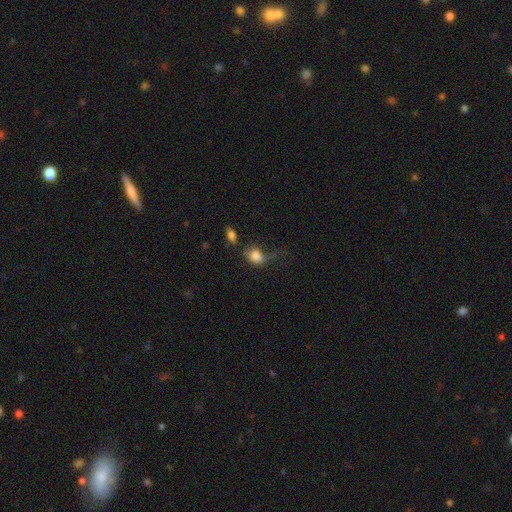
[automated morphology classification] A smooth galaxy with no disk features (79%) that is in between round and cigar-shaped (63%).

Vote fractions:
- Smooth or featured? smooth: 79% / featured or disk: 12% / star or artifact: 10%
- How rounded? in between: 63% / round: 35% / cigar-shaped: 2%
- Merging? major disturbance: 36% / none: 28% / minor disturbance: 27% / merger: 9%